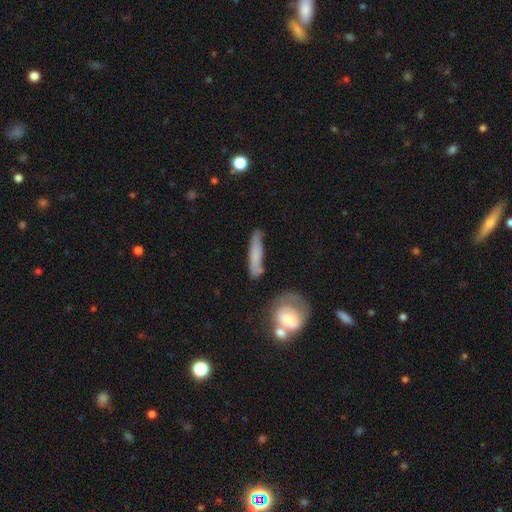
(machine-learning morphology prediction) Smooth or featured: smooth — 64% (featured or disk — 29%)
How rounded: cigar-shaped — 87% (in between — 11%)
Merging: none — 65% (minor disturbance — 19%)